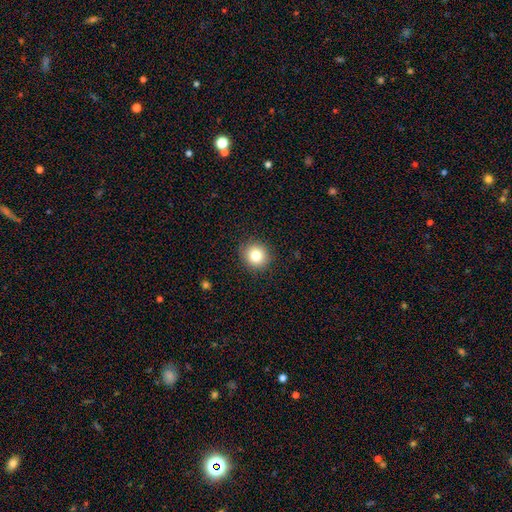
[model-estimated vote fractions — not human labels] A smooth galaxy with no disk features (80%) that is round (90%).

Vote fractions:
- Smooth or featured? smooth: 80% / star or artifact: 11% / featured or disk: 9%
- How rounded? round: 90% / in between: 9% / cigar-shaped: 1%
- Merging? none: 90% / minor disturbance: 7% / major disturbance: 2% / merger: 1%